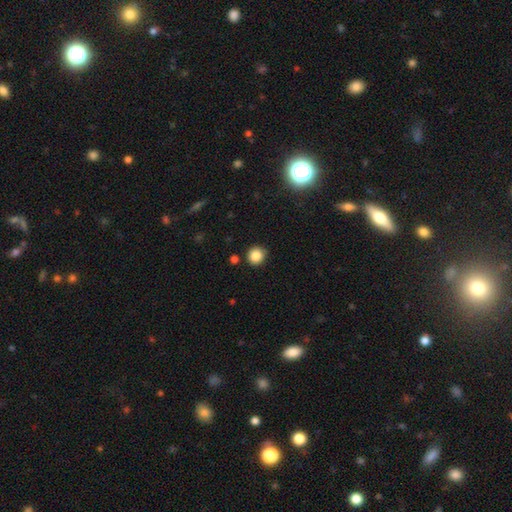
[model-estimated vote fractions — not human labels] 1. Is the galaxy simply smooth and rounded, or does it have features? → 85% smooth, 10% star or artifact, 4% featured or disk.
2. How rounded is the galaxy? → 91% round, 8% in between, 1% cigar-shaped.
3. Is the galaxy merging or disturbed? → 88% none, 7% minor disturbance, 2% merger, 2% major disturbance.